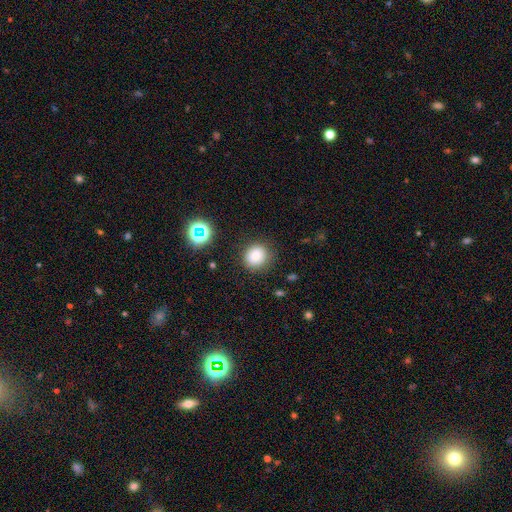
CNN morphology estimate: Smooth or featured? smooth (78%)
How rounded? round (86%)
Merging? none (84%)